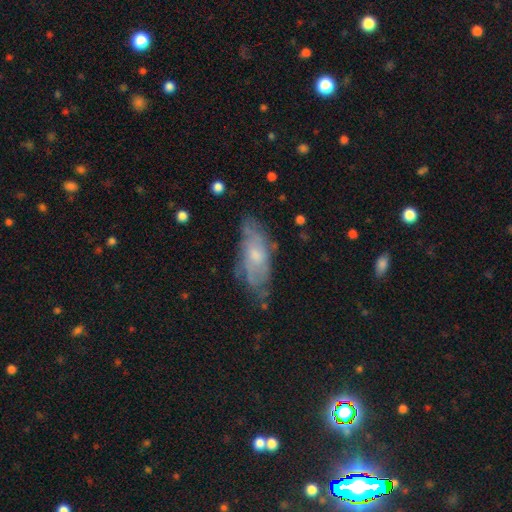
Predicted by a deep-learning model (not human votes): This appears to be a featured or disk galaxy (53%). Merging: none (60%).